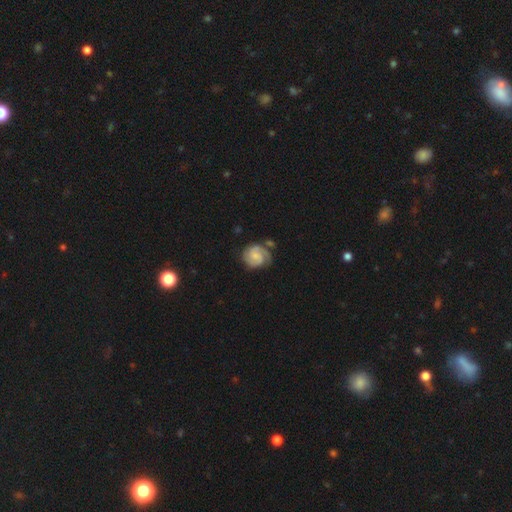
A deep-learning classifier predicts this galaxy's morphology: featured or disk 72%, smooth 22%, star or artifact 6%. Down the decision tree: edge-on disk — no (98%); bar — no (58%); spiral arms — yes (95%); spiral arm count — 2 (60%); spiral winding — tight (56%); bulge size — small (49%); merging — none (62%).